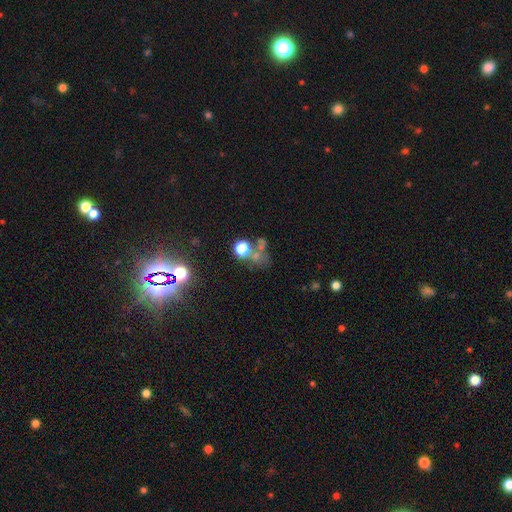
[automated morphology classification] type=star or artifact (50%).